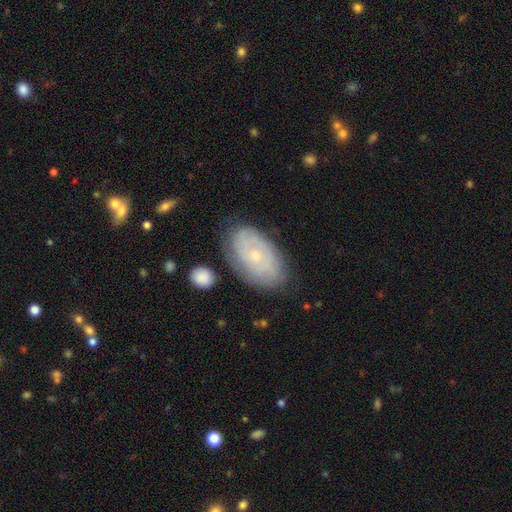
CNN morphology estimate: Overall: featured or disk (68%). Edge-on disk: no (95%). Bar: no (80%). Spiral arms: yes (83%). Spiral arm count: can't tell (50%; 2 28%). Spiral winding: tight (71%). Bulge size: small (75%). Merging: none (76%).